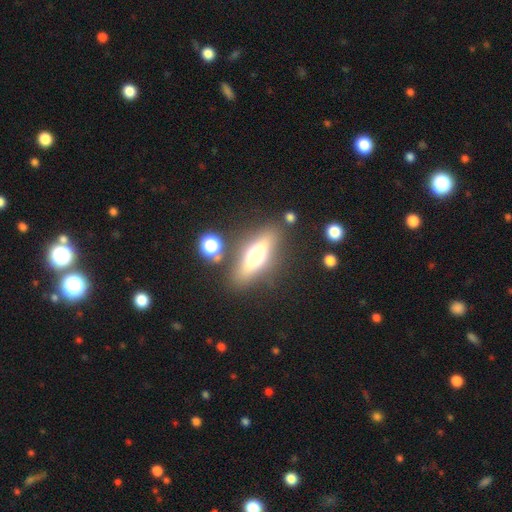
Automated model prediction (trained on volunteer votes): smooth-or-featured: smooth: 46% | featured or disk: 44% | star or artifact: 10%
  merging: none: 80% | minor disturbance: 11% | merger: 5% | major disturbance: 4%